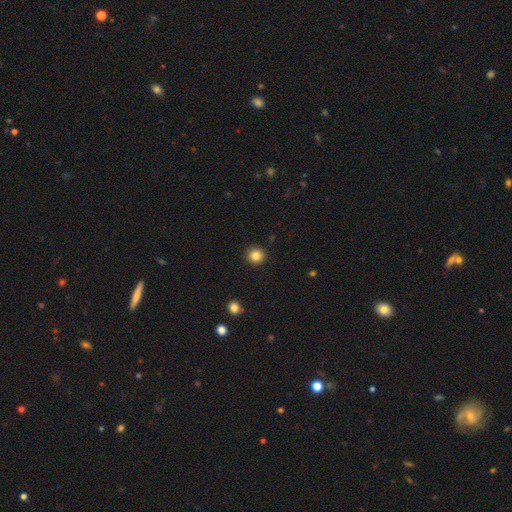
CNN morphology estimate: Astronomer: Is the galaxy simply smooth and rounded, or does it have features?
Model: smooth — 84%.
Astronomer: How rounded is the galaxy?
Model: round — 90%.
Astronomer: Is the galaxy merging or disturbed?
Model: none — 92%.